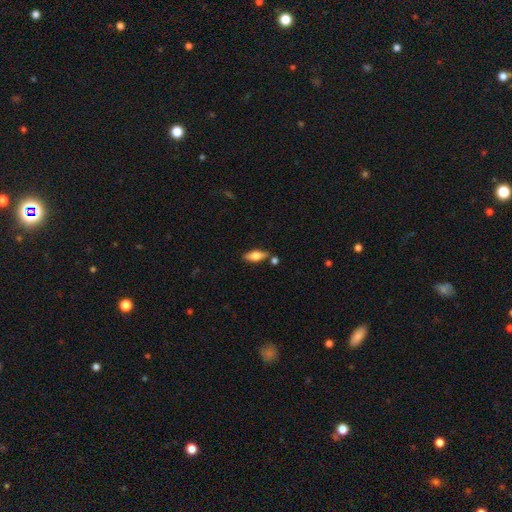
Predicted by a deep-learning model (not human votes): Smooth or featured?
  - smooth: 62% *
  - featured or disk: 31%
  - star or artifact: 7%
How rounded?
  - in between: 70% *
  - cigar-shaped: 27%
  - round: 3%
Merging?
  - none: 78% *
  - minor disturbance: 12%
  - merger: 7%
  - major disturbance: 3%